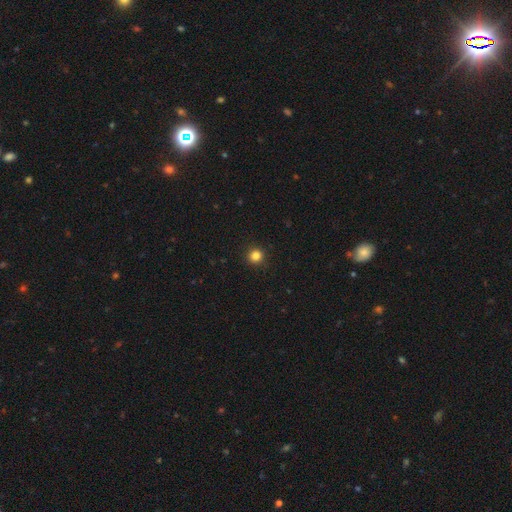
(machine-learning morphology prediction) type=smooth (84%); roundness=round (93%); merging=none (92%).